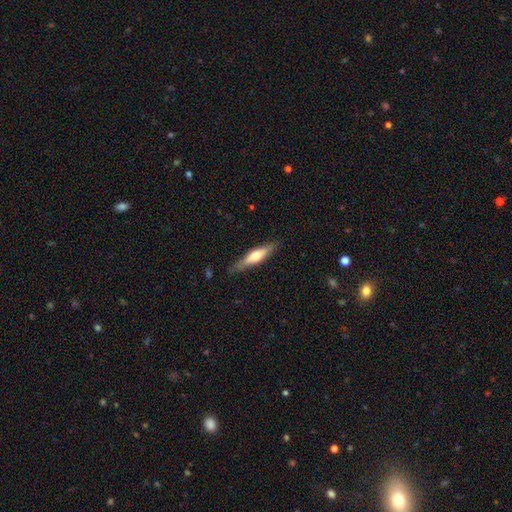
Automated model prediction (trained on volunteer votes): Smooth or featured?
  - featured or disk: 50% *
  - smooth: 44%
  - star or artifact: 6%
Merging?
  - none: 83% *
  - minor disturbance: 13%
  - major disturbance: 3%
  - merger: 1%